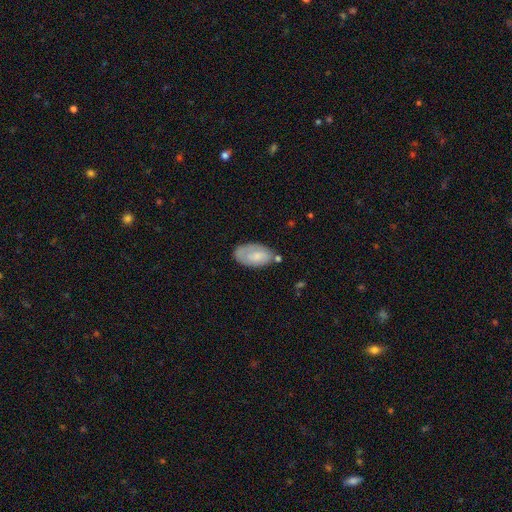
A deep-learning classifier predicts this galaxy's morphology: Overall: smooth (65%; featured or disk 28%). How rounded: in between (94%). Merging: none (58%; minor disturbance 26%).